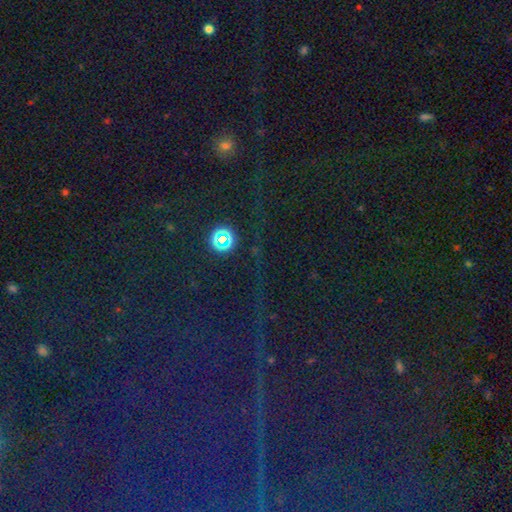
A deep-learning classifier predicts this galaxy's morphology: type=star or artifact (75%).